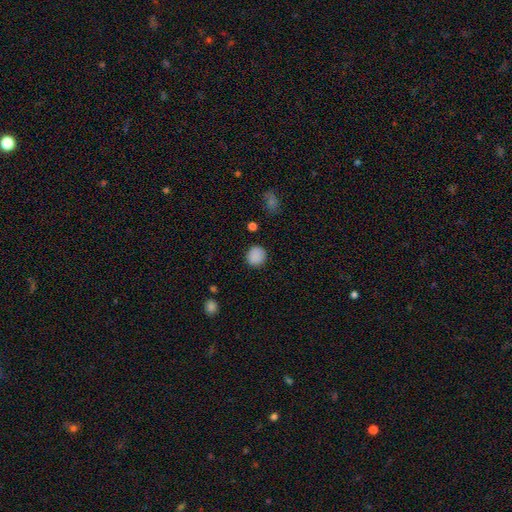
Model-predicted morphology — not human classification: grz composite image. It shows a smooth galaxy with no disk features (87%) that is round (85%). Merging: none (89%).